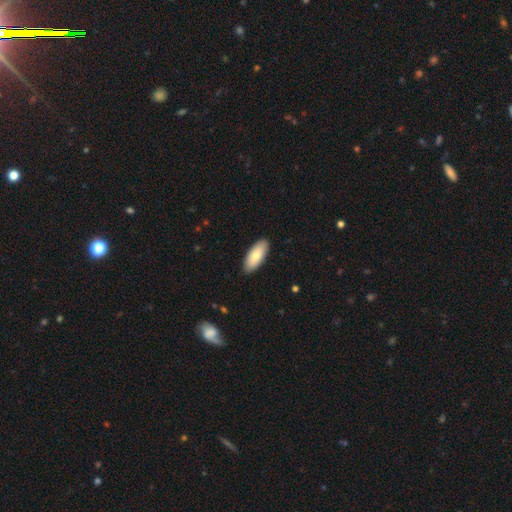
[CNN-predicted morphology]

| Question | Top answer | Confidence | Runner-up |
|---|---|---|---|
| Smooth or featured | smooth | 78% | featured or disk (17%) |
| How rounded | in between | 85% | cigar-shaped (13%) |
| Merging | none | 90% | minor disturbance (8%) |